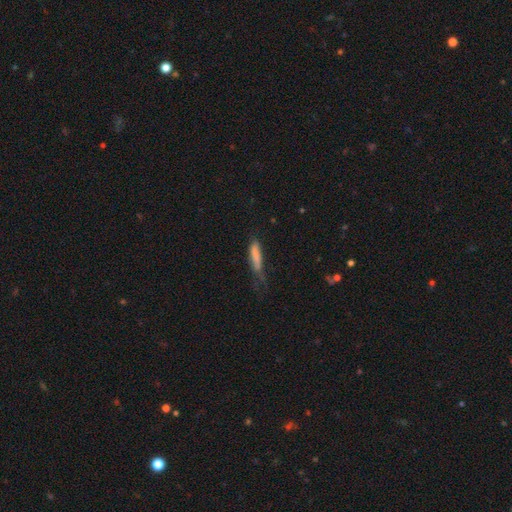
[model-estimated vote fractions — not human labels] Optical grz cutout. It shows a smooth galaxy with no disk features (77%) that is cigar-shaped (81%). Merging: none (38%).